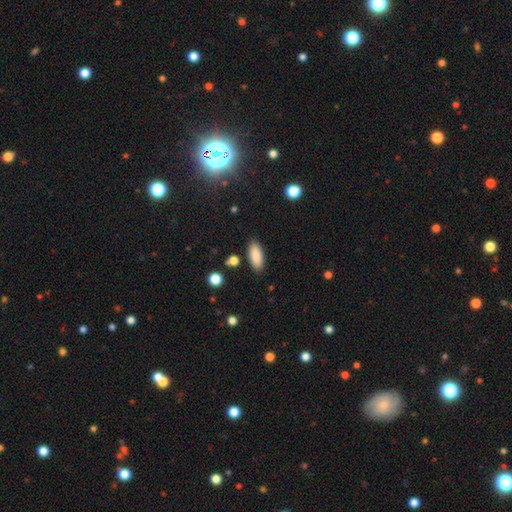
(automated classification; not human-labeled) smooth 88%, star or artifact 7%, featured or disk 5%. Down the decision tree: how rounded — in between (80%); merging — none (87%).